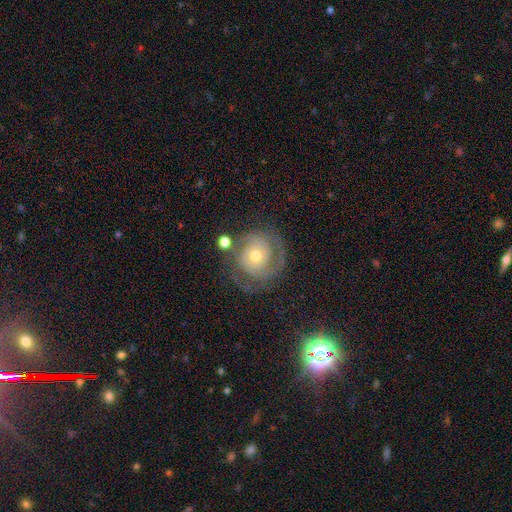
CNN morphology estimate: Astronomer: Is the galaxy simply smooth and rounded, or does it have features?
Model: featured or disk — 74%.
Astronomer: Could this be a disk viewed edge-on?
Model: no — 97%.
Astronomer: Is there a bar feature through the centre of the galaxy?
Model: no — 80%.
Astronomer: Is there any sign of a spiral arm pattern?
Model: yes — 87%.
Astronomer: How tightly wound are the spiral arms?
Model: tight — 63%.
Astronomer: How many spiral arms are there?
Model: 2 — 50%.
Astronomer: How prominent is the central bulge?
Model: small — 51% (runner-up: moderate, 44%).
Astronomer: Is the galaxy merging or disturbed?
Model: none — 66%.